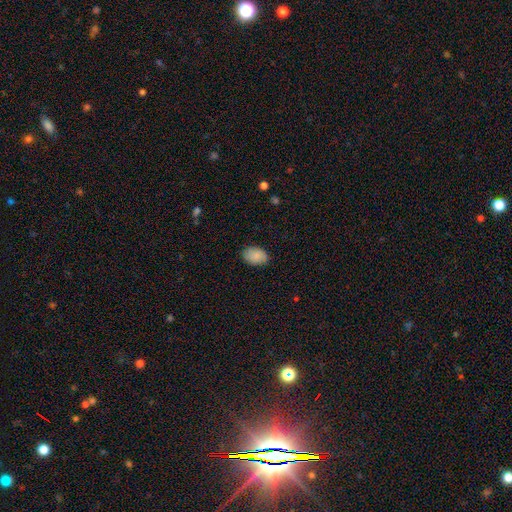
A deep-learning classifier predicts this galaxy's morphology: This is clearly a smooth galaxy (88%). How rounded: clearly in between (84%). Merging: clearly none (84%).